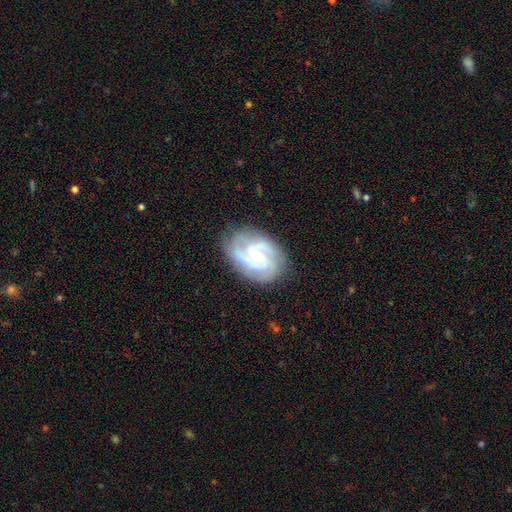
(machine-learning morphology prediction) Q: Smooth or featured?
A: featured or disk (87%); runner-up: smooth (8%)
Q: Edge-on disk?
A: no (97%); runner-up: yes (3%)
Q: Bar?
A: weak (44%); runner-up: no (43%)
Q: Spiral arms?
A: yes (98%); runner-up: no (2%)
Q: Spiral winding?
A: tight (54%); runner-up: medium (39%)
Q: Spiral arm count?
A: 3 (40%); runner-up: 2 (31%)
Q: Bulge size?
A: small (67%); runner-up: moderate (27%)
Q: Merging?
A: none (79%); runner-up: minor disturbance (15%)